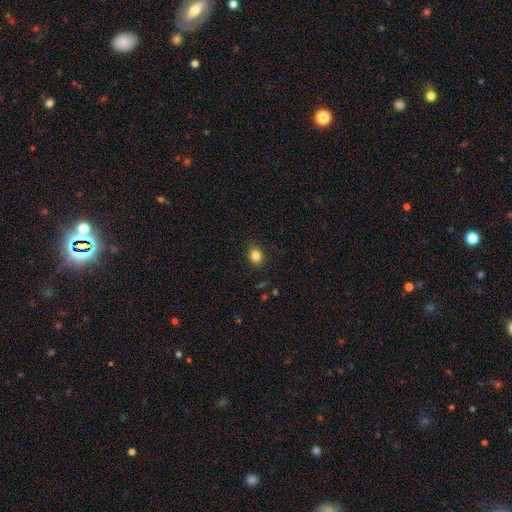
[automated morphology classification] Q: Smooth or featured?
A: smooth (84%); runner-up: star or artifact (11%)
Q: How rounded?
A: round (57%); runner-up: in between (42%)
Q: Merging?
A: none (88%); runner-up: minor disturbance (9%)